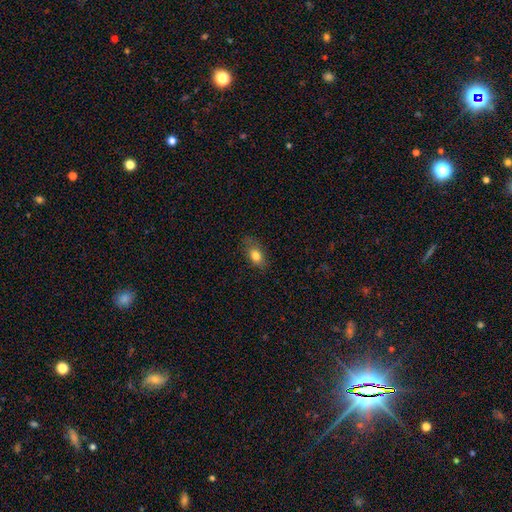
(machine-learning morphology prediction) This is likely a smooth galaxy (79%). How rounded: clearly in between (84%). Merging: likely none (72%).